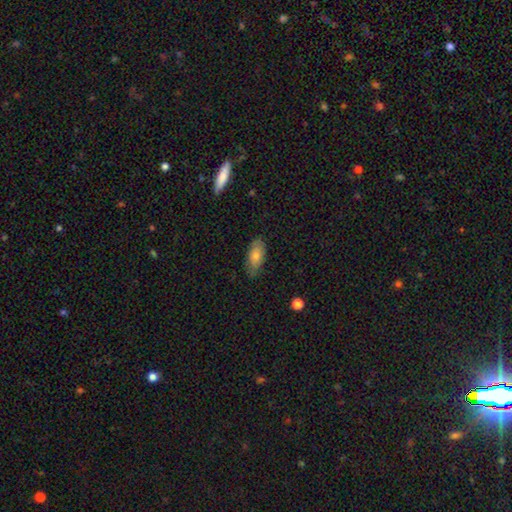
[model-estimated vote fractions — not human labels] This is likely a smooth galaxy (72%). How rounded: clearly in between (86%). Merging: likely none (80%).